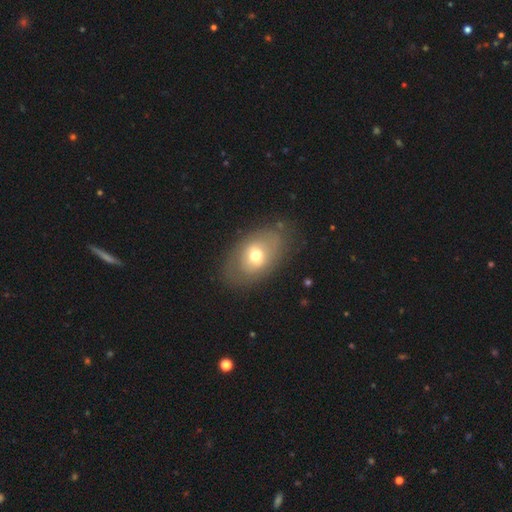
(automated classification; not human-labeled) A smooth galaxy with no disk features (56%) that is in between round and cigar-shaped (84%).

Vote fractions:
- Smooth or featured? smooth: 56% / featured or disk: 35% / star or artifact: 9%
- How rounded? in between: 84% / round: 15% / cigar-shaped: 1%
- Merging? none: 79% / minor disturbance: 14% / major disturbance: 6% / merger: 1%